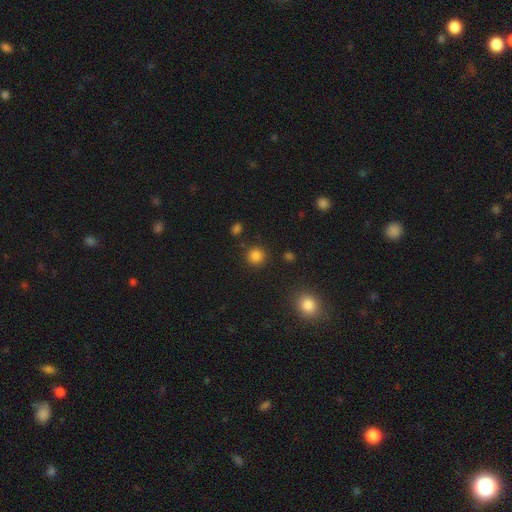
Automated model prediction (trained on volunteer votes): This is clearly a smooth galaxy (84%). How rounded: clearly round (93%). Merging: clearly none (88%).